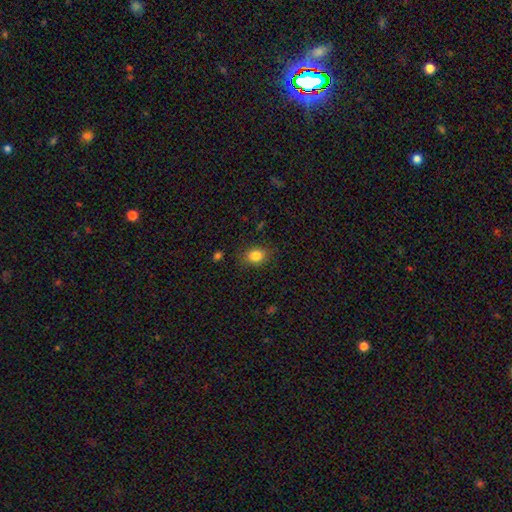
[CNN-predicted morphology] This appears to be a smooth galaxy with no disk features (83%) that is in between round and cigar-shaped (59%). Merging: none (82%).